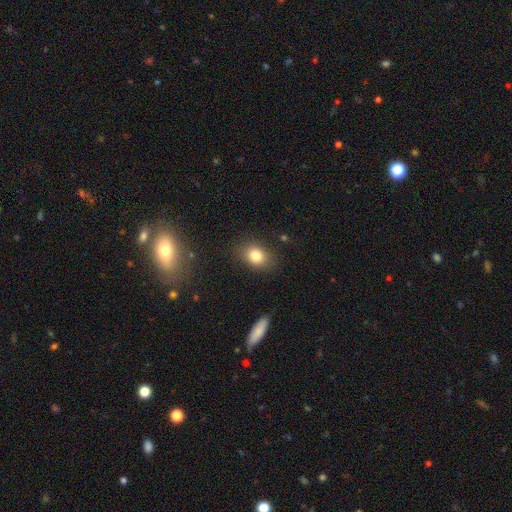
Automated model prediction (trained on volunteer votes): A smooth galaxy with no disk features (81%) that is in between round and cigar-shaped (61%). Merging: none (82%).